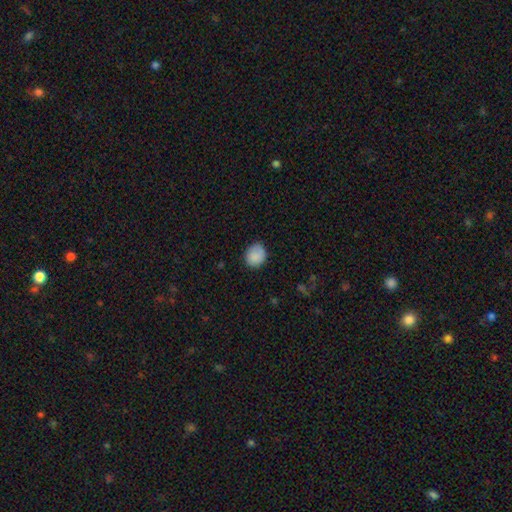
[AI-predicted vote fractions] A smooth galaxy with no disk features (87%) that is round (67%). Merging: none (80%).